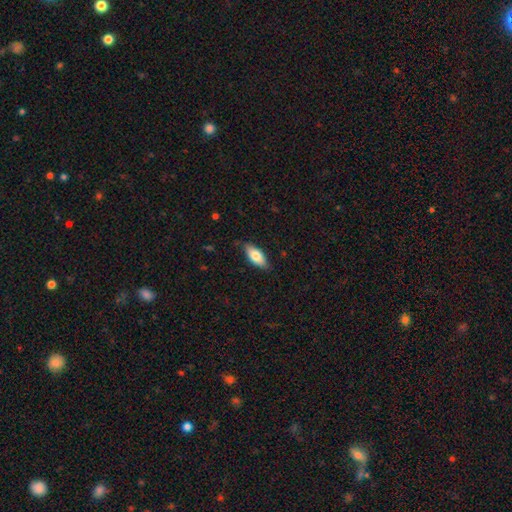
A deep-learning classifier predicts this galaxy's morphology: This appears to be a smooth galaxy with no disk features (73%) that is in between round and cigar-shaped (83%). Merging: none (82%).